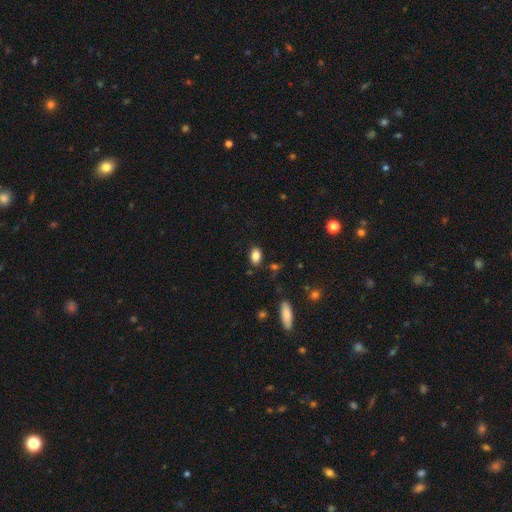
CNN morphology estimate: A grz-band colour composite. It shows a smooth galaxy with no disk features (84%) that is in between round and cigar-shaped (84%). Merging: none (84%).